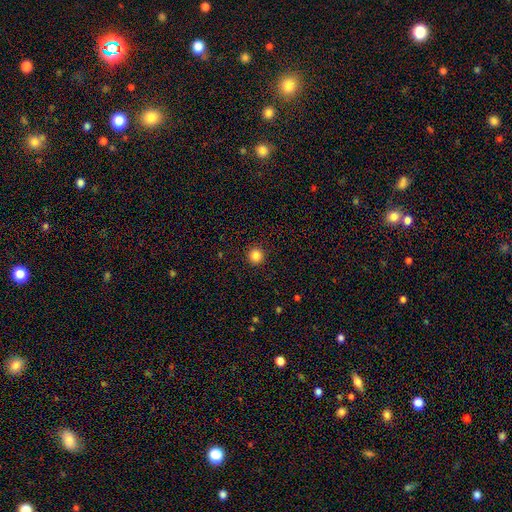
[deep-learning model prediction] This appears to be a smooth galaxy with no disk features (85%) that is round (96%). Merging: none (93%).